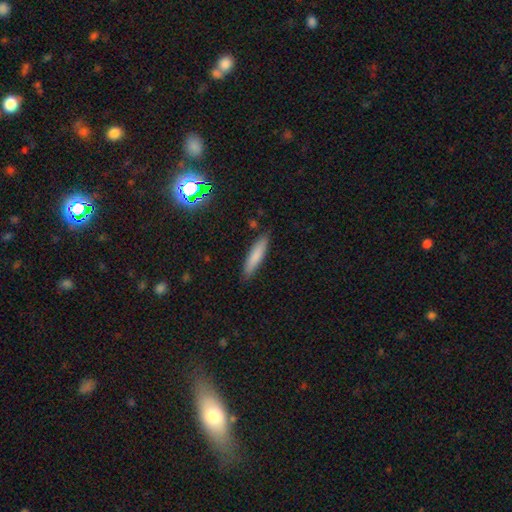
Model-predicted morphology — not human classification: This appears to be a smooth galaxy with no disk features (79%) that is cigar-shaped (82%). Merging: none (87%).